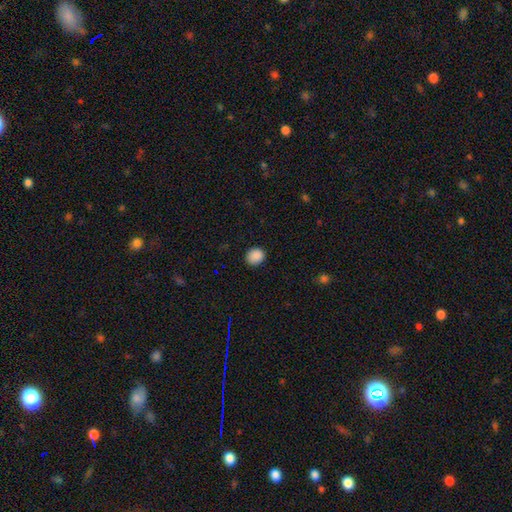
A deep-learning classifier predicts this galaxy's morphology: smooth-or-featured: smooth: 88% | star or artifact: 9% | featured or disk: 3%
  how-rounded: round: 76% | in between: 23% | cigar-shaped: 1%
  merging: none: 89% | minor disturbance: 8% | major disturbance: 2% | merger: 1%